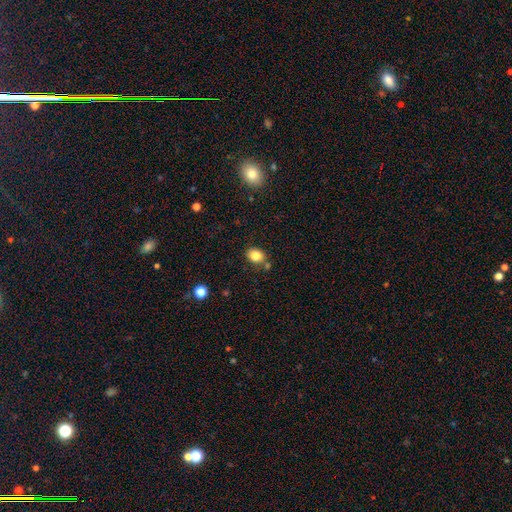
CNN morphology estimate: smooth_or_featured: smooth (p=0.84) [alt: star or artifact p=0.10]
how_rounded: in between (p=0.53) [alt: round p=0.46]
merging: none (p=0.72) [alt: minor disturbance p=0.14]